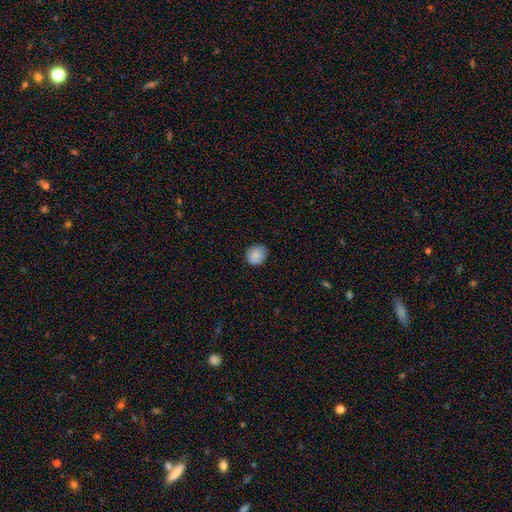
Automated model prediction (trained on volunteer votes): The model was most divided on "how rounded": round: 76%, in between: 23%, cigar-shaped: 1%. More confident: smooth or featured — smooth (88%); merging — none (80%).